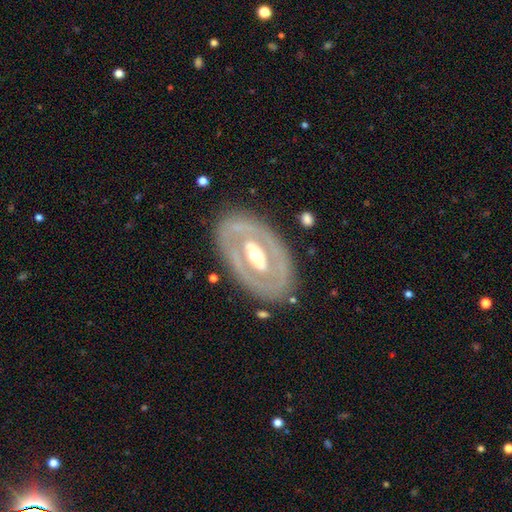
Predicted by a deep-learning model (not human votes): This appears to be a featured or disk galaxy (72%) with no bar (53%), no spiral arms (78%) and a moderate central bulge (68%). Merging: none (79%).